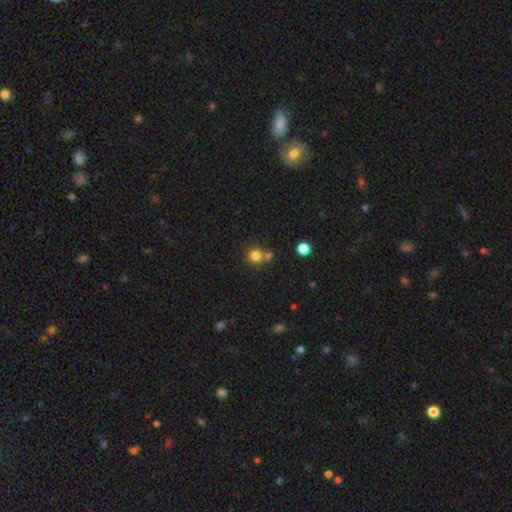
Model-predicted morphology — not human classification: Q: Smooth or featured?
A: smooth (80%); runner-up: star or artifact (13%)
Q: How rounded?
A: round (91%); runner-up: in between (8%)
Q: Merging?
A: none (59%); runner-up: merger (29%)